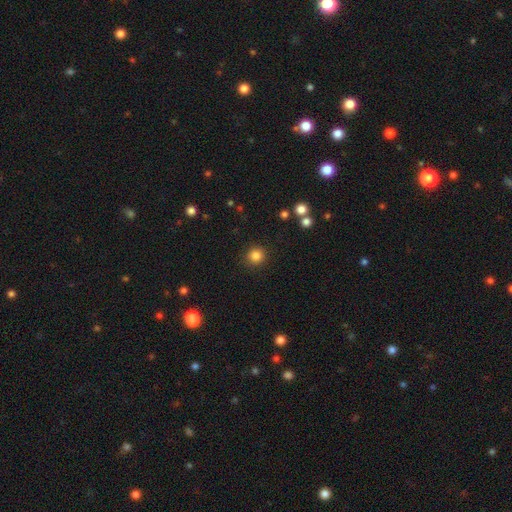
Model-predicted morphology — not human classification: Smooth or featured: smooth — 85% (star or artifact — 11%)
How rounded: round — 92% (in between — 8%)
Merging: none — 90% (minor disturbance — 6%)